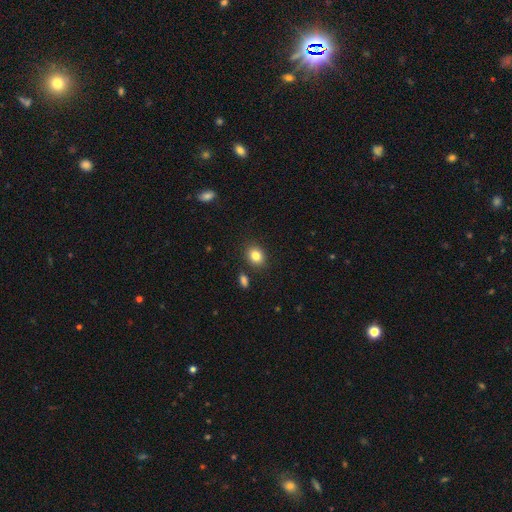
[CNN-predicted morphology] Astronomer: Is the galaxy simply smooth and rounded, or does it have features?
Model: smooth — 83%.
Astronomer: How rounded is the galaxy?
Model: round — 53% (runner-up: in between, 46%).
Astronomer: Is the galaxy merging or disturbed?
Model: none — 85%.